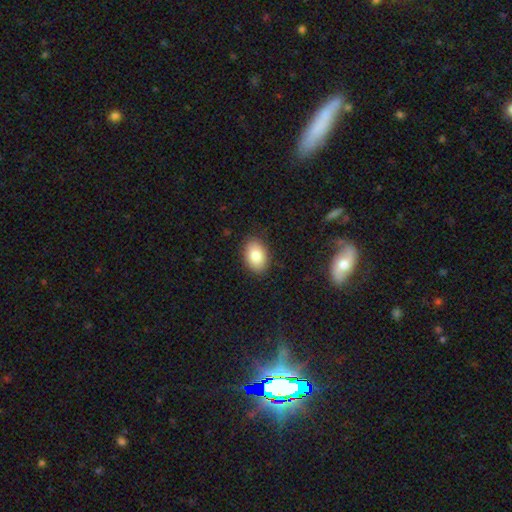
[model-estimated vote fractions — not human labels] smooth 84%, featured or disk 9%, star or artifact 8%. Down the decision tree: how rounded — in between (86%); merging — none (87%).